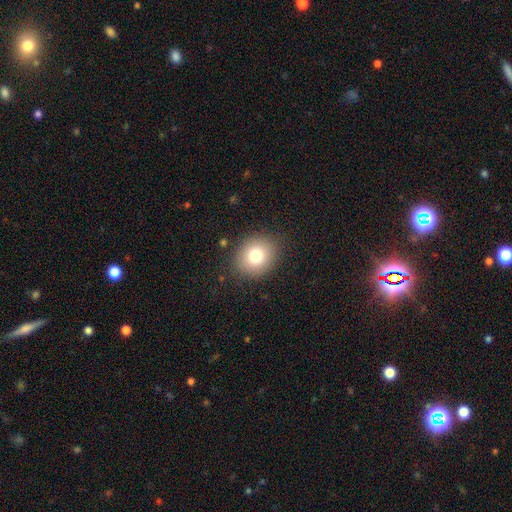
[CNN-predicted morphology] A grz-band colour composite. It shows a smooth galaxy with no disk features (78%) that is round (69%). Merging: none (86%).